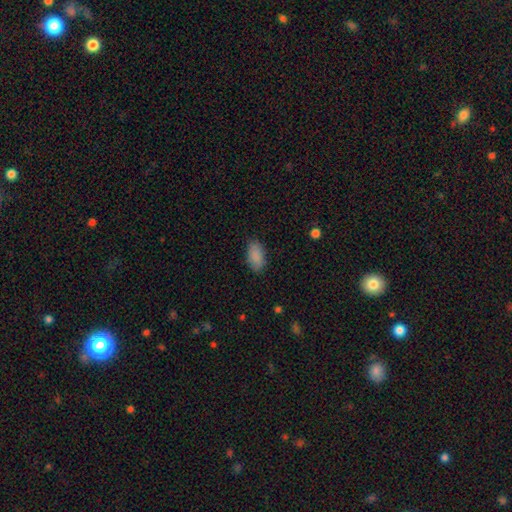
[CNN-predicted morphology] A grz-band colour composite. It shows a smooth galaxy with no disk features (89%) that is in between round and cigar-shaped (93%). Merging: none (85%).